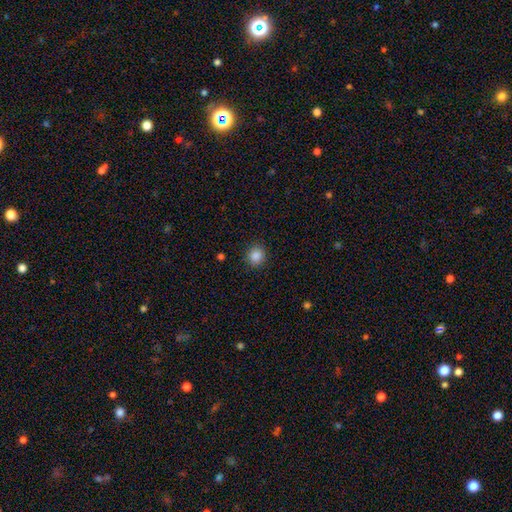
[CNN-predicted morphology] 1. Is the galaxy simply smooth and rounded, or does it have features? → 86% smooth, 10% star or artifact, 4% featured or disk.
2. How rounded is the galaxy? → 84% round, 15% in between, 1% cigar-shaped.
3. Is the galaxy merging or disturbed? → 90% none, 7% minor disturbance, 2% major disturbance, 1% merger.